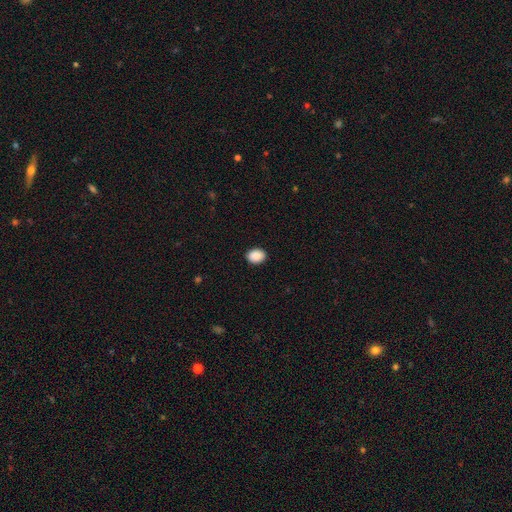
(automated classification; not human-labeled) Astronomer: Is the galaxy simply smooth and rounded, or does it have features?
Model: smooth — 90%.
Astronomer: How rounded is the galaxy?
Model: in between — 63%.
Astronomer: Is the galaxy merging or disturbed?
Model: none — 91%.